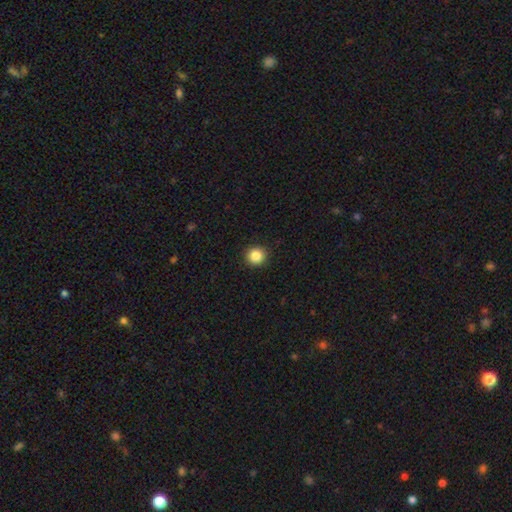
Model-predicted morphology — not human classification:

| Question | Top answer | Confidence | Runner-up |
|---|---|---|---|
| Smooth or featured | smooth | 86% | star or artifact (10%) |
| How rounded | round | 94% | in between (6%) |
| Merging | none | 93% | minor disturbance (5%) |